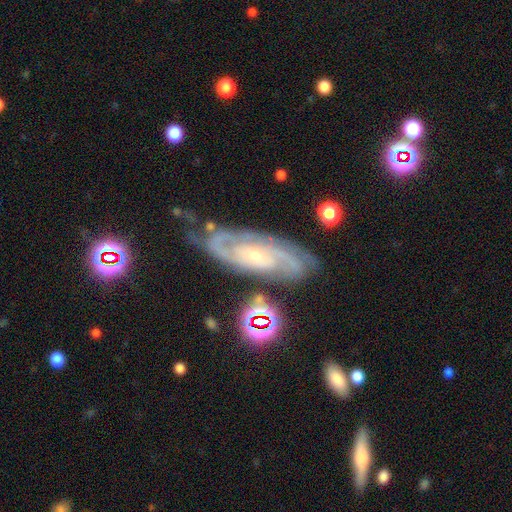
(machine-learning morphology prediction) A featured or disk galaxy (86%) with no bar (60%), 2 (49%) tight (67%) spiral arms (97%) and a small central bulge (72%). Merging: none (71%).